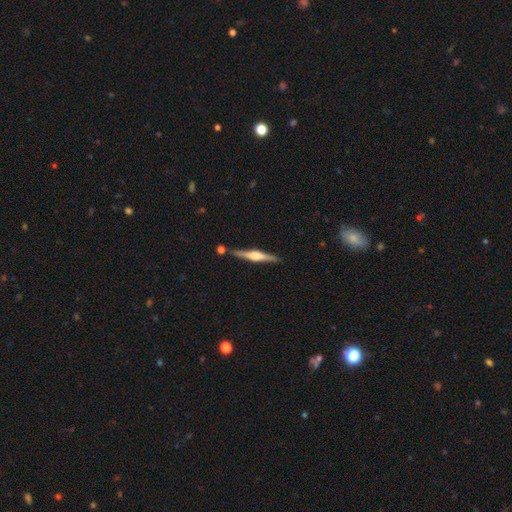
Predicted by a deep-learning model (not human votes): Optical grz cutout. It shows a featured or disk galaxy (74%) viewed edge-on (98%) with a rounded central bulge (76%). Merging: none (85%).